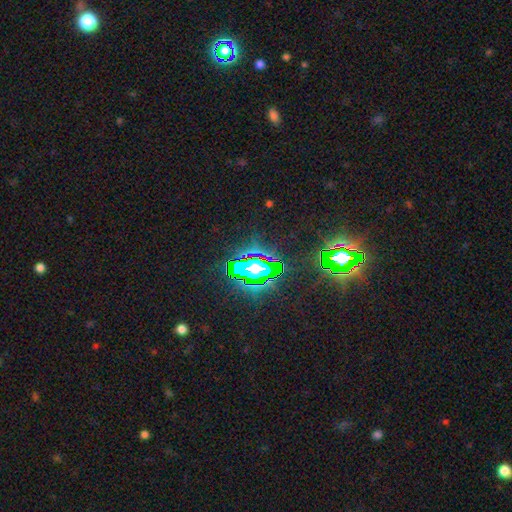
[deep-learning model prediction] A star or artifact, not a galaxy (82%).

Vote fractions:
- Smooth or featured? star or artifact: 82% / smooth: 10% / featured or disk: 8%